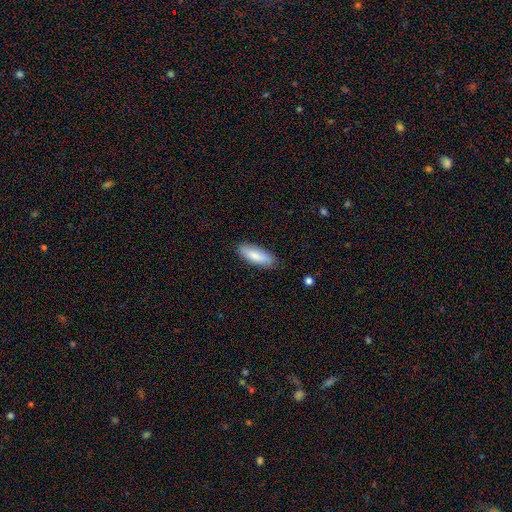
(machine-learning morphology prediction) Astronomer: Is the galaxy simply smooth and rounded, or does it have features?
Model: smooth — 81%.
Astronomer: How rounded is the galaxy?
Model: in between — 62%.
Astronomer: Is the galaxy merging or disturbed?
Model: none — 85%.